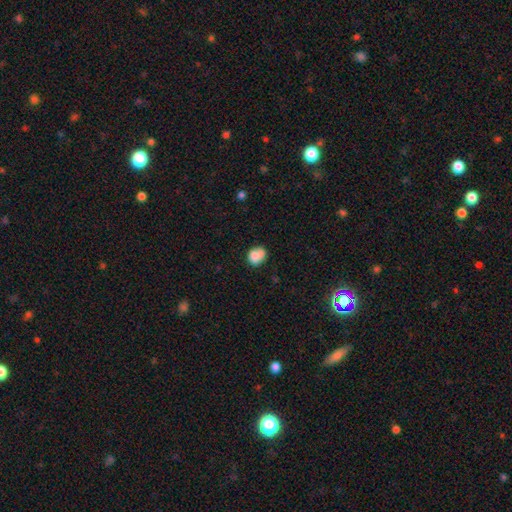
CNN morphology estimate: Overall: smooth (79%). How rounded: round (55%; in between 44%). Merging: none (49%; minor disturbance 27%).